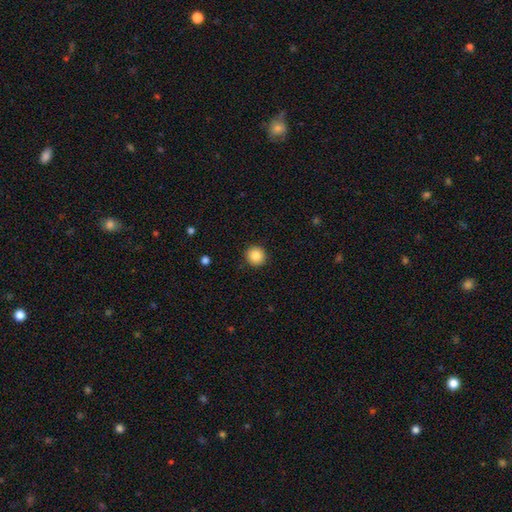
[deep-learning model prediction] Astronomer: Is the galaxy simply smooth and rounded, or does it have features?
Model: smooth — 87%.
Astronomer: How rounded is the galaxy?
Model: round — 93%.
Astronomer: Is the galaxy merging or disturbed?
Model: none — 92%.